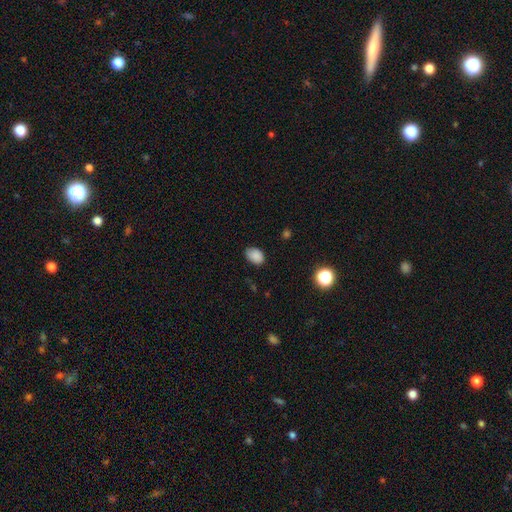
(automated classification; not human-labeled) Smooth or featured: smooth — 86% (star or artifact — 10%)
How rounded: in between — 75% (round — 24%)
Merging: none — 78% (minor disturbance — 18%)